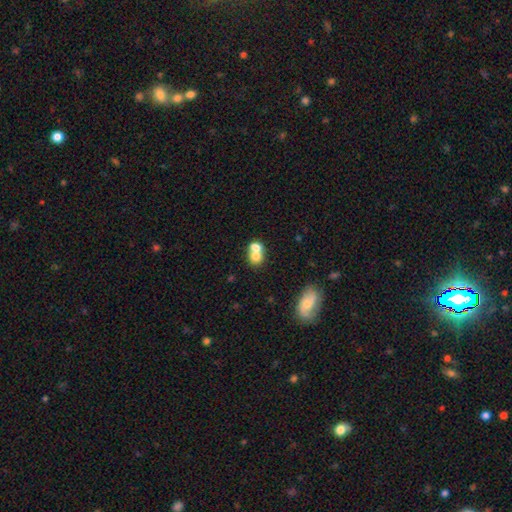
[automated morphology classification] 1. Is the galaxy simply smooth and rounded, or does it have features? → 72% smooth, 18% featured or disk, 10% star or artifact.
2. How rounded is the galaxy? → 59% round, 40% in between, 1% cigar-shaped.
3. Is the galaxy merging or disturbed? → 63% merger, 27% none, 6% minor disturbance, 3% major disturbance.